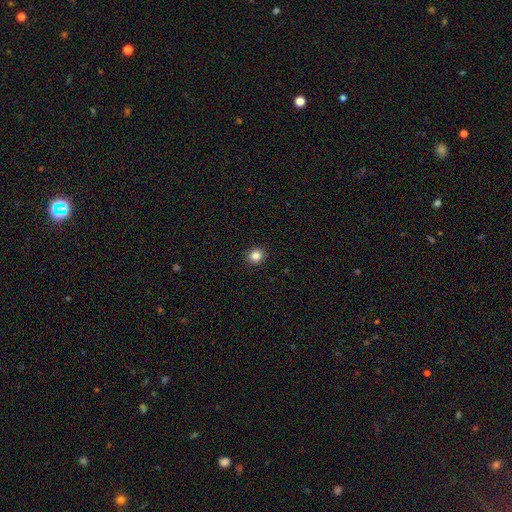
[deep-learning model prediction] Overall: smooth (85%). How rounded: round (78%). Merging: none (92%).